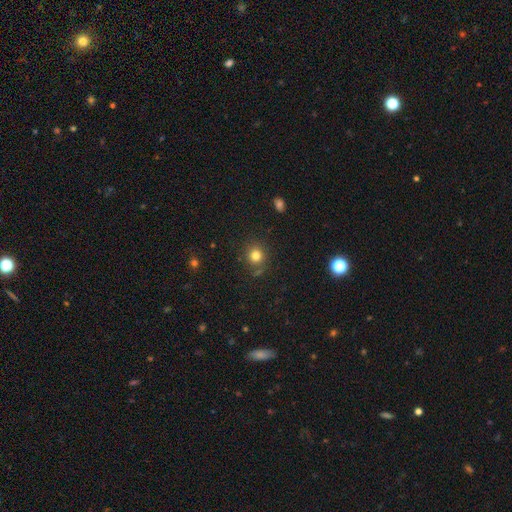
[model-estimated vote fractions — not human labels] A smooth galaxy with no disk features (80%) that is round (90%). Merging: none (82%).